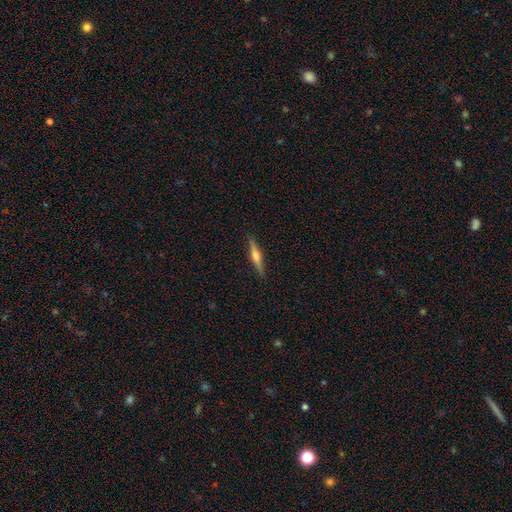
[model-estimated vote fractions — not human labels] Overall: featured or disk (68%). Edge-on disk: yes (98%). Edge-on bulge: rounded (90%). Merging: none (91%).